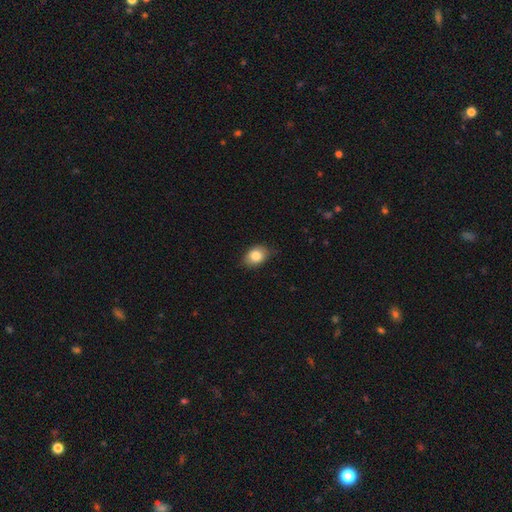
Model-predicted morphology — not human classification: Smooth or featured: smooth — 84% (star or artifact — 8%)
How rounded: in between — 73% (round — 26%)
Merging: none — 80% (minor disturbance — 17%)